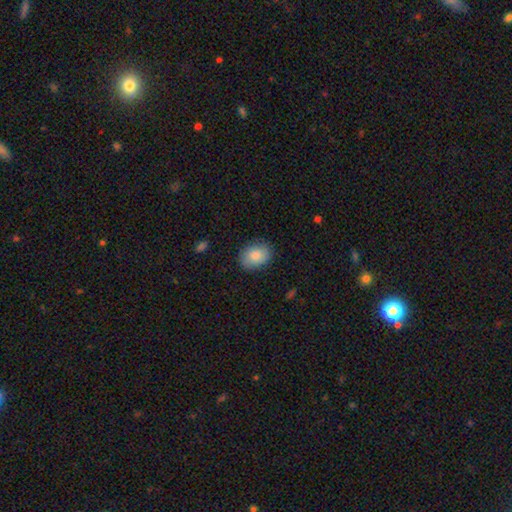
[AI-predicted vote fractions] smooth_or_featured: smooth (p=0.86) [alt: featured or disk p=0.07]
how_rounded: in between (p=0.73) [alt: round p=0.26]
merging: none (p=0.84) [alt: minor disturbance p=0.12]